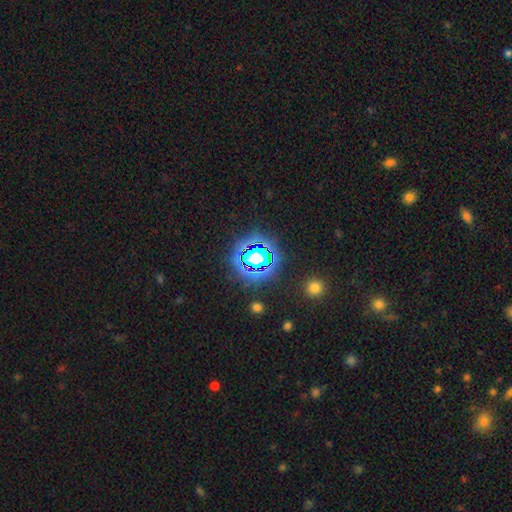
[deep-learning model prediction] Q: Smooth or featured?
A: star or artifact (69%); runner-up: smooth (20%)